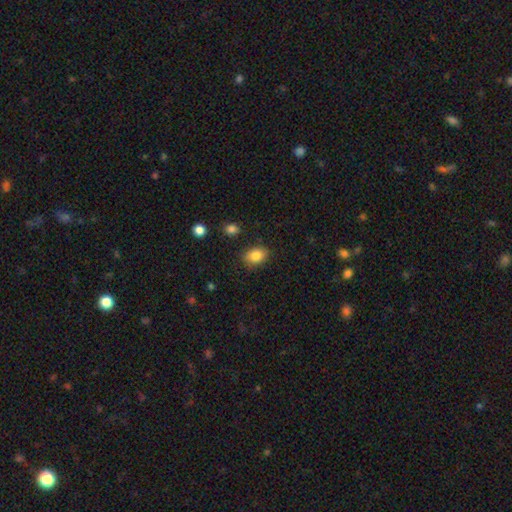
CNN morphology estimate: Q: Smooth or featured?
A: smooth (84%); runner-up: star or artifact (9%)
Q: How rounded?
A: in between (75%); runner-up: round (24%)
Q: Merging?
A: none (84%); runner-up: minor disturbance (12%)